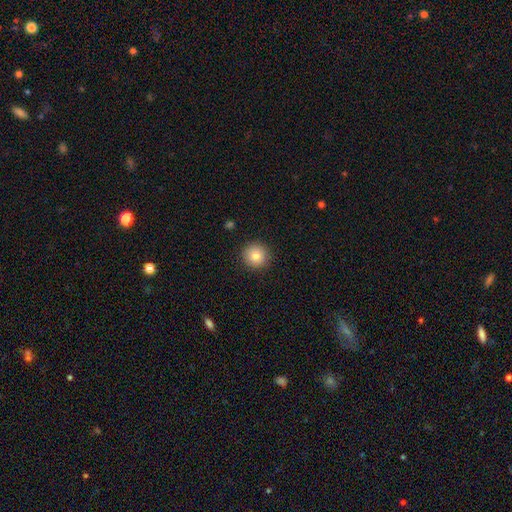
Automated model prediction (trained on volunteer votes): A smooth galaxy with no disk features (84%) that is round (95%). Merging: none (91%).